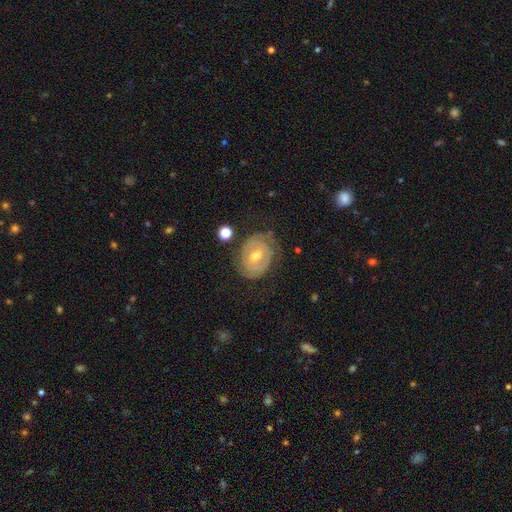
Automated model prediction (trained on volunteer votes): featured or disk 71%, smooth 23%, star or artifact 7%. Down the decision tree: edge-on disk — no (96%); bar — weak (47%); spiral arms — yes (67%); bulge size — moderate (69%); merging — none (68%).